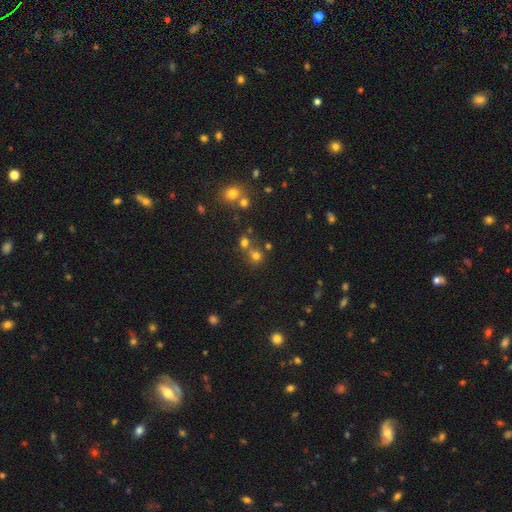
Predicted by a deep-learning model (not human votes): smooth_or_featured: smooth (p=0.66) [alt: star or artifact p=0.24]
how_rounded: round (p=0.86) [alt: in between p=0.13]
merging: none (p=0.56) [alt: merger p=0.32]